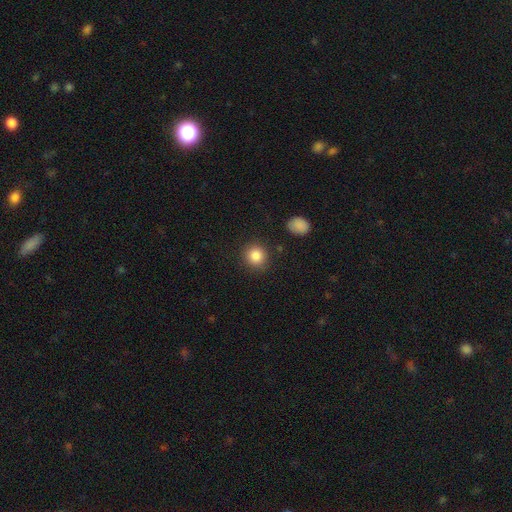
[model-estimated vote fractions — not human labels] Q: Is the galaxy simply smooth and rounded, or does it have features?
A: smooth — 86%.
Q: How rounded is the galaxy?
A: round — 88%.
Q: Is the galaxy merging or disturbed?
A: none — 87%.